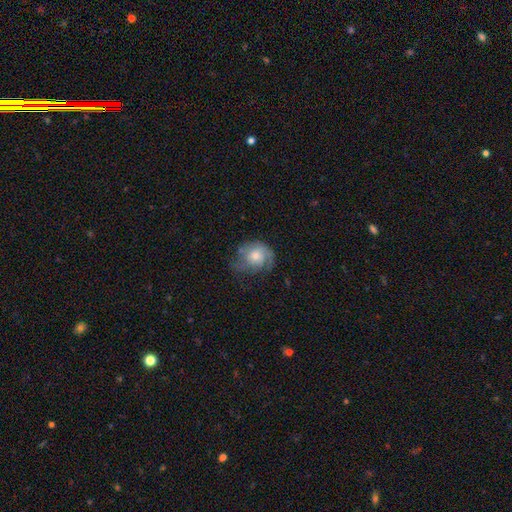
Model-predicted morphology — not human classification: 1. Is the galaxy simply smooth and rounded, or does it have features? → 54% featured or disk, 38% smooth, 8% star or artifact.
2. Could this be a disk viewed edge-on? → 97% no, 3% yes.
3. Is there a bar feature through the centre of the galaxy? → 81% no, 17% weak, 2% strong.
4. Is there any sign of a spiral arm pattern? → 79% yes, 21% no.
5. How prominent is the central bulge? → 60% moderate, 30% small, 6% large, 2% none, 1% dominant.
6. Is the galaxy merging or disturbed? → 52% none, 28% minor disturbance, 18% major disturbance, 2% merger.